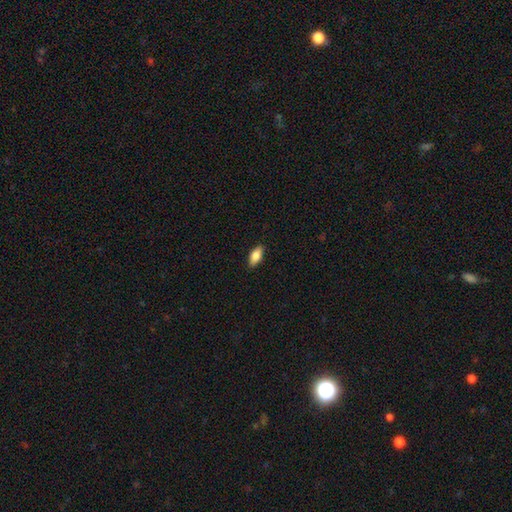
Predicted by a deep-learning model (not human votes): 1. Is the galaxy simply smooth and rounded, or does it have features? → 81% smooth, 12% featured or disk, 7% star or artifact.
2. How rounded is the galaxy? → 87% in between, 11% cigar-shaped, 3% round.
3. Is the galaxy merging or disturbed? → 88% none, 9% minor disturbance, 2% major disturbance, 1% merger.